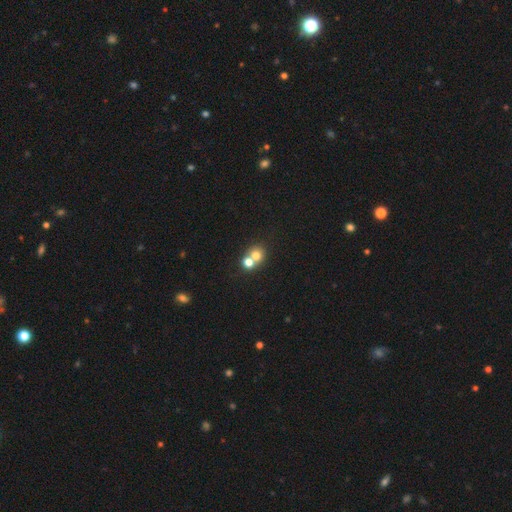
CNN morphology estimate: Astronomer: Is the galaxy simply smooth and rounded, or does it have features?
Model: smooth — 72%.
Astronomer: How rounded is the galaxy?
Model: round — 81%.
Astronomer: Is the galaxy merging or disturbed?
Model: merger — 55% (runner-up: none, 37%).